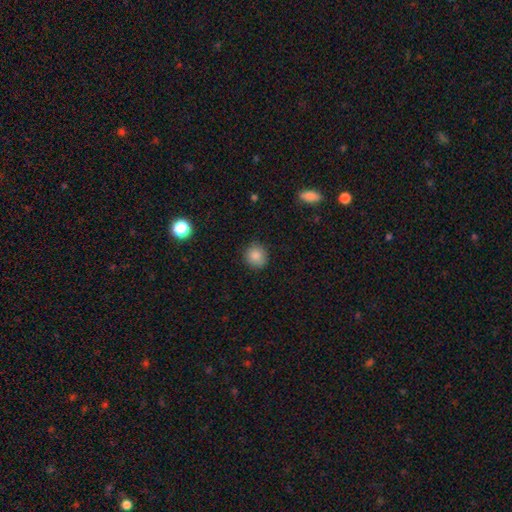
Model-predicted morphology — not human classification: smooth_or_featured: smooth (p=0.86) [alt: star or artifact p=0.10]
how_rounded: round (p=0.88) [alt: in between p=0.11]
merging: none (p=0.88) [alt: minor disturbance p=0.09]